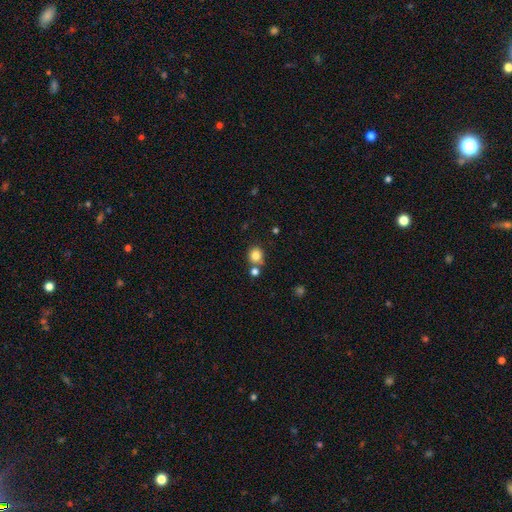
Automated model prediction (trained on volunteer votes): Smooth or featured: smooth — 82% (star or artifact — 11%)
How rounded: round — 82% (in between — 17%)
Merging: none — 68% (merger — 20%)